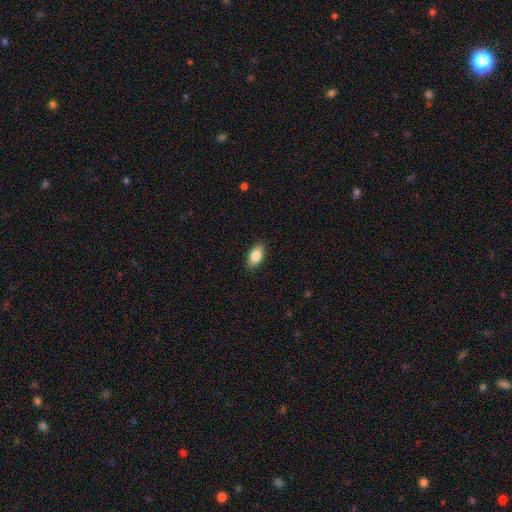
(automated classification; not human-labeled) This is clearly a smooth galaxy (85%). How rounded: clearly in between (91%). Merging: clearly none (88%).